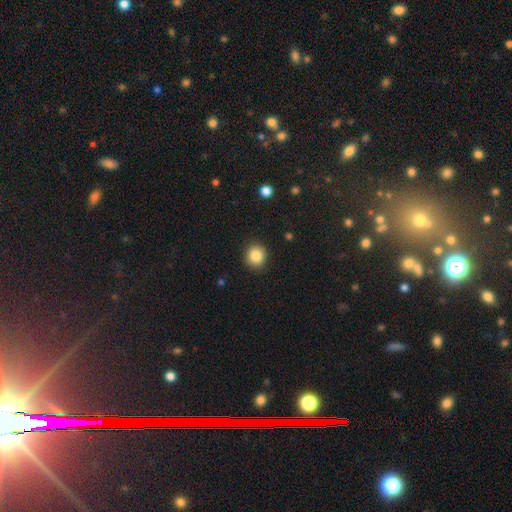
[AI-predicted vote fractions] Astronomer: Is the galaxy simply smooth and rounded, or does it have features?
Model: smooth — 86%.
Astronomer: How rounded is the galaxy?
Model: round — 84%.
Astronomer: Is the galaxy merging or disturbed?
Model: none — 90%.